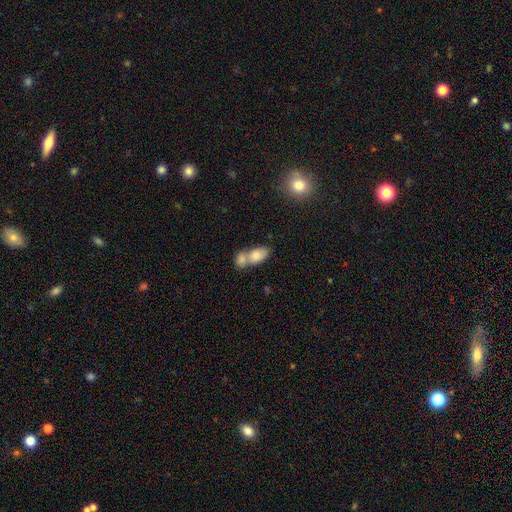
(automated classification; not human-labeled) Morphology: type=smooth (79%); roundness=in between (85%); merging=merger (67%).